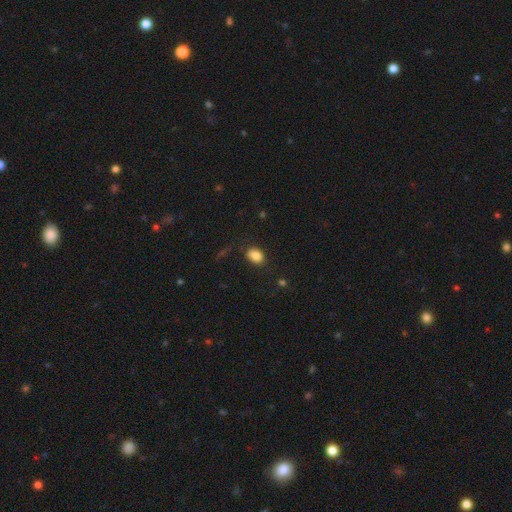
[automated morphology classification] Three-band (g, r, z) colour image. It shows a smooth galaxy with no disk features (84%) that is in between round and cigar-shaped (72%). Merging: none (72%).